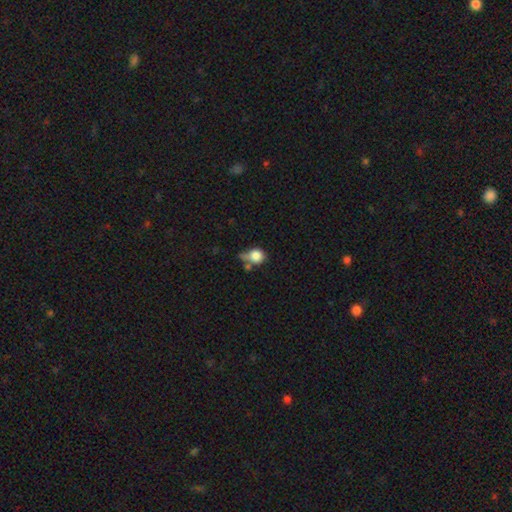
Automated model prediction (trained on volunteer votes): Smooth or featured: smooth — 80% (featured or disk — 11%)
How rounded: round — 69% (in between — 29%)
Merging: none — 34% (minor disturbance — 28%)